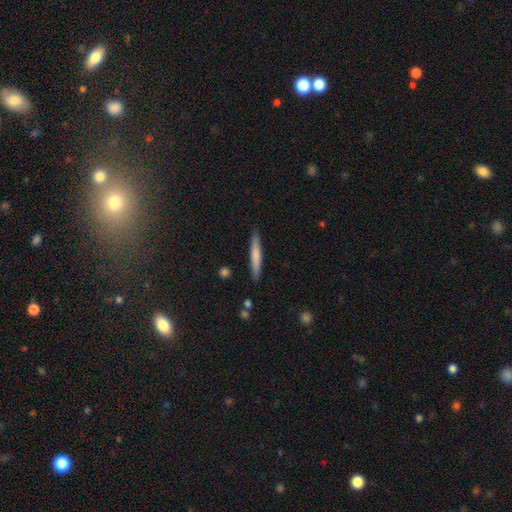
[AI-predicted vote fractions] Q: Smooth or featured?
A: smooth (69%); runner-up: featured or disk (25%)
Q: How rounded?
A: cigar-shaped (95%); runner-up: in between (4%)
Q: Merging?
A: none (89%); runner-up: minor disturbance (8%)